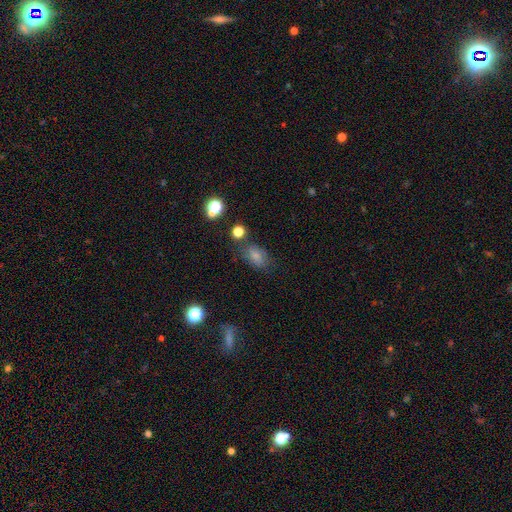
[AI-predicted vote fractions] A smooth galaxy with no disk features (74%) that is in between round and cigar-shaped (80%). Merging: none (67%).